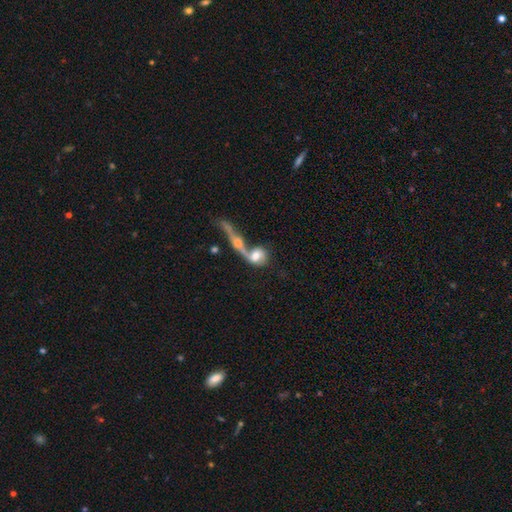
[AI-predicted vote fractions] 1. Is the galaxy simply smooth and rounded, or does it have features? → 50% smooth, 41% featured or disk, 9% star or artifact.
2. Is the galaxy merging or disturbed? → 62% merger, 18% none, 12% major disturbance, 8% minor disturbance.